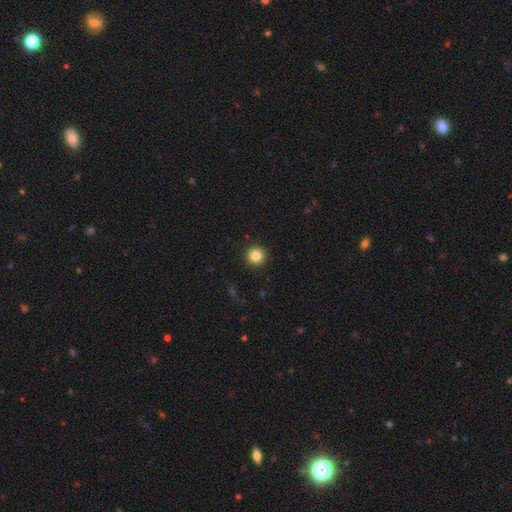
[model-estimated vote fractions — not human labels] Overall: smooth (84%). How rounded: round (96%). Merging: none (93%).